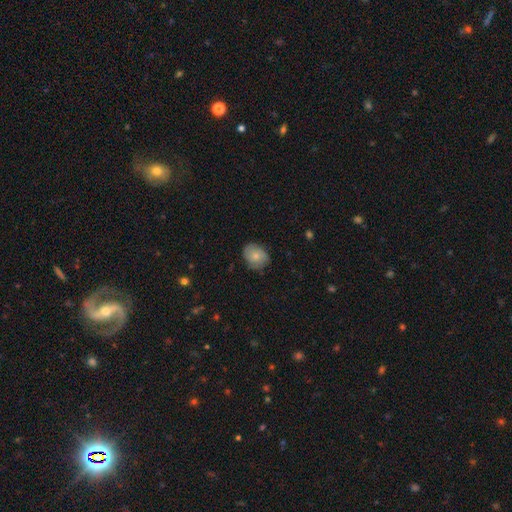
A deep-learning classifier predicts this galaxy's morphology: The model was most divided on "how rounded": round: 52%, in between: 47%, cigar-shaped: 1%. More confident: merging — none (76%); smooth or featured — smooth (70%).